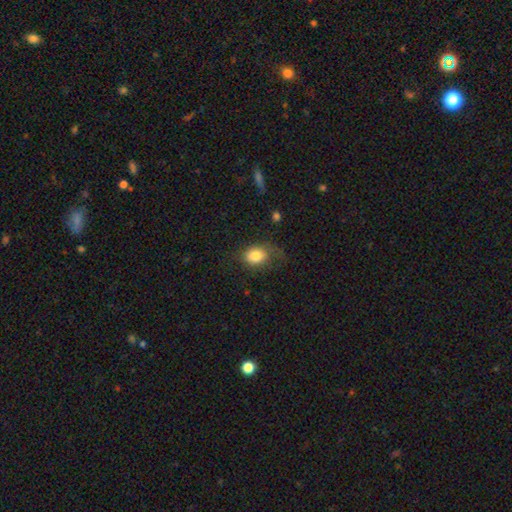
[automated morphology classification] Smooth or featured: smooth — 81% (featured or disk — 10%)
How rounded: in between — 55% (round — 44%)
Merging: none — 58% (minor disturbance — 25%)